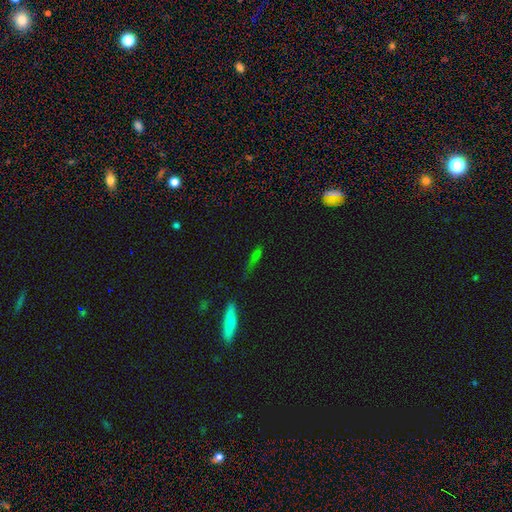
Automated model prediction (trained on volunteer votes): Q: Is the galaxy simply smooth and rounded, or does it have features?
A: smooth — 53%.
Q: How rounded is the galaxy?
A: cigar-shaped — 68%.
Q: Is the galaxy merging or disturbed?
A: none — 65%.